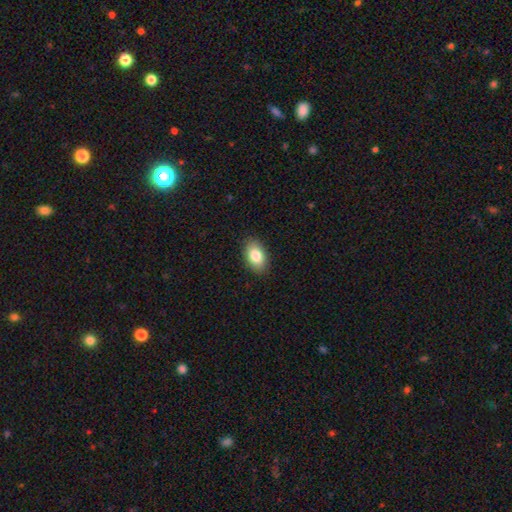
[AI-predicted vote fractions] The model was most divided on "smooth or featured": smooth: 83%, featured or disk: 9%, star or artifact: 7%. More confident: how rounded — in between (91%); merging — none (88%).